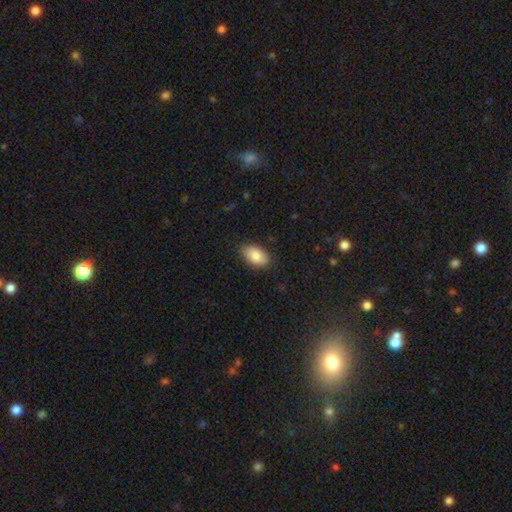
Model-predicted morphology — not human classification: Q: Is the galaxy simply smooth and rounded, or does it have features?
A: smooth — 84%.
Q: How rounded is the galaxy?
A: in between — 93%.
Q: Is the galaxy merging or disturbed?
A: none — 86%.